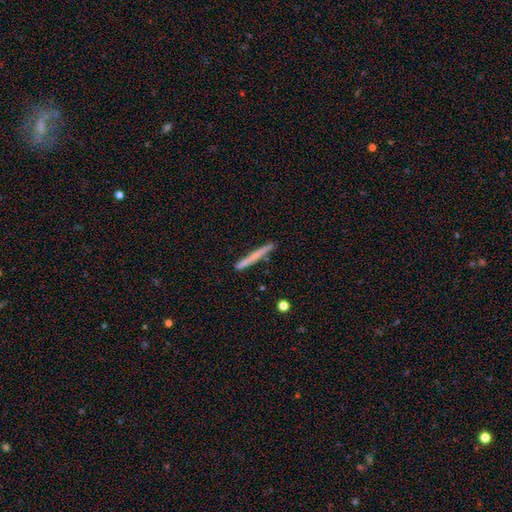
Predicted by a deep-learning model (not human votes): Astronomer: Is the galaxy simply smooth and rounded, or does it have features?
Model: smooth — 62%.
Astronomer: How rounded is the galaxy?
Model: cigar-shaped — 97%.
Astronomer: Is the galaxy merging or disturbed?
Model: none — 88%.